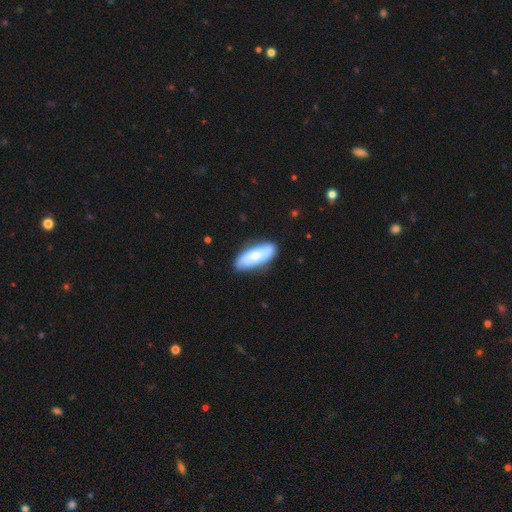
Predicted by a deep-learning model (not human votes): This is likely a smooth galaxy (63%). How rounded: likely in between (70%). Merging: clearly none (84%).